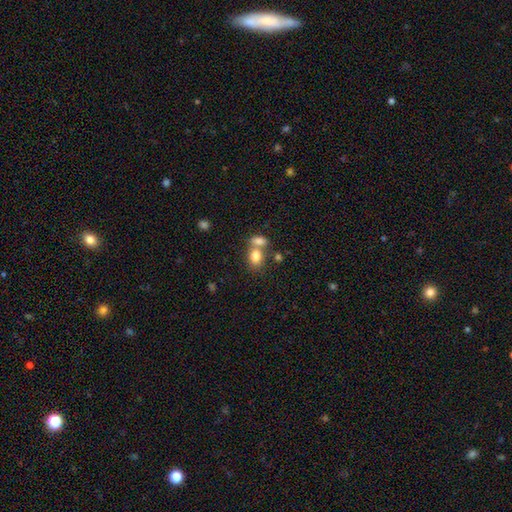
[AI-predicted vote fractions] Smooth or featured? Predicted: smooth (p=0.80). How rounded? Predicted: in between (p=0.69). Merging? Predicted: merger (p=0.50).